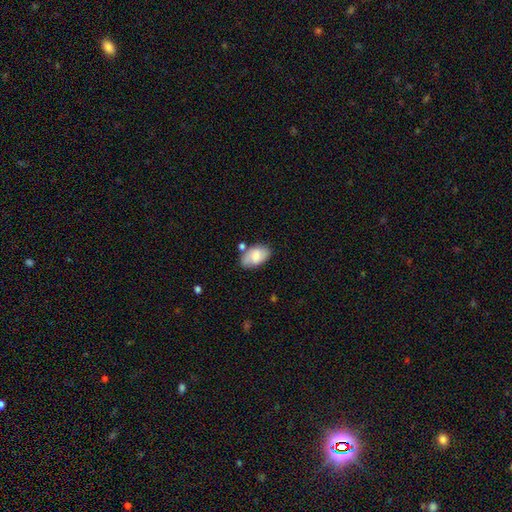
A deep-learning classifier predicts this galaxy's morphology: This is likely a smooth galaxy (69%). How rounded: clearly in between (93%). Merging: likely none (65%).